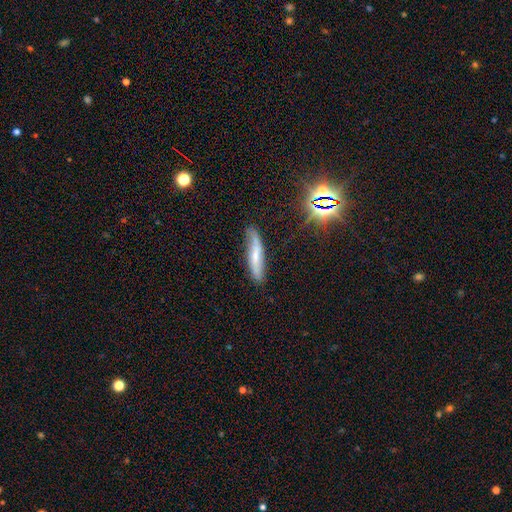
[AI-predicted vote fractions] Overall: featured or disk (47%; smooth 42%). Merging: none (72%).